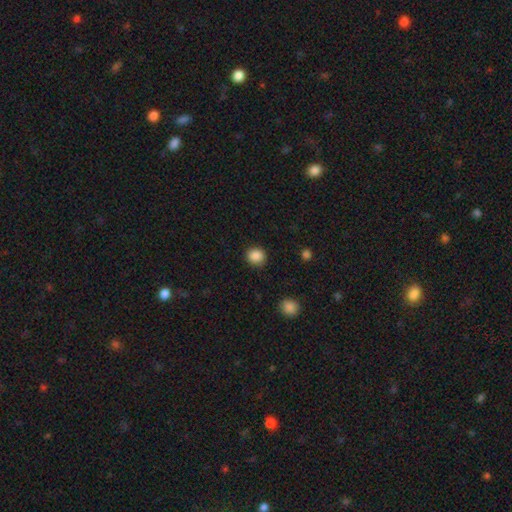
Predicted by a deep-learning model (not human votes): A smooth galaxy with no disk features (87%) that is round (83%).

Vote fractions:
- Smooth or featured? smooth: 87% / star or artifact: 10% / featured or disk: 3%
- How rounded? round: 83% / in between: 16% / cigar-shaped: 1%
- Merging? none: 89% / minor disturbance: 7% / major disturbance: 2% / merger: 1%